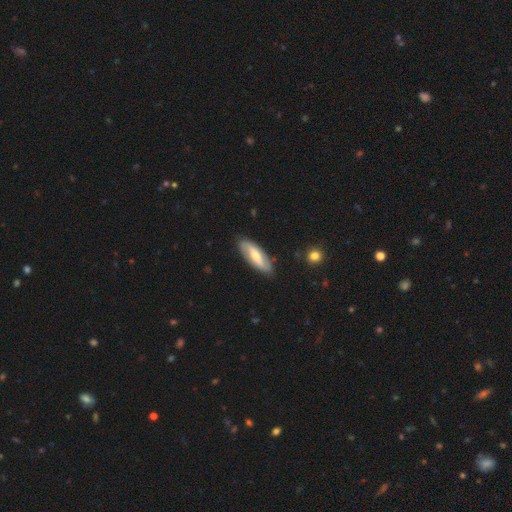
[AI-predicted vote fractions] smooth_or_featured: featured or disk (p=0.49) [alt: smooth p=0.46]
merging: none (p=0.84) [alt: minor disturbance p=0.12]